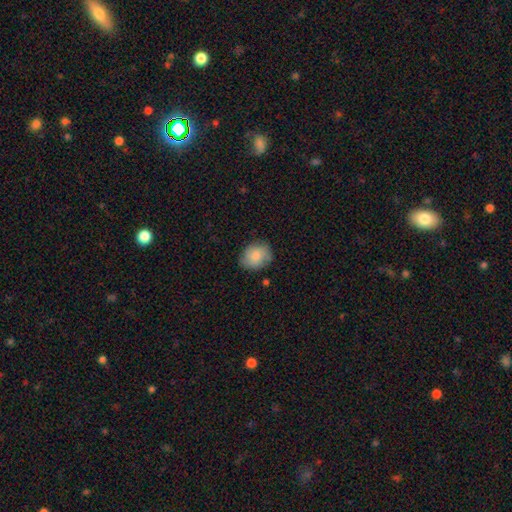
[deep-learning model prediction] This appears to be a smooth galaxy with no disk features (81%) that is round (57%). Merging: none (75%).